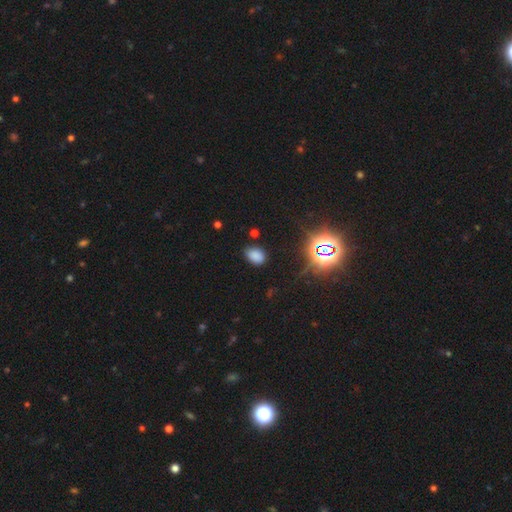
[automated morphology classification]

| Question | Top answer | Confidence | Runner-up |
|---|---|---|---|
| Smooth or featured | smooth | 74% | star or artifact (20%) |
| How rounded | in between | 76% | round (22%) |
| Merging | none | 79% | minor disturbance (15%) |